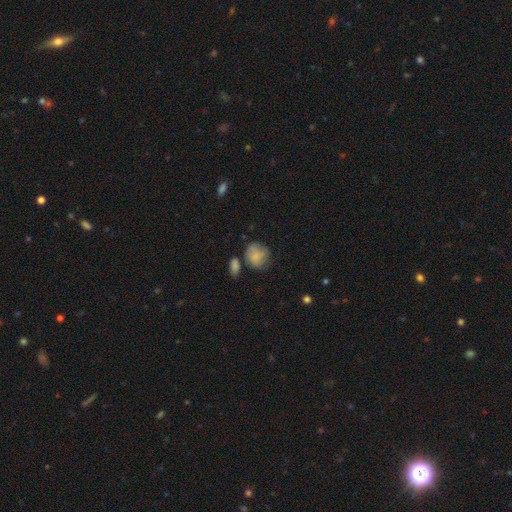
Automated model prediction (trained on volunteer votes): Smooth or featured? smooth (80%)
How rounded? round (65%)
Merging? none (50%)